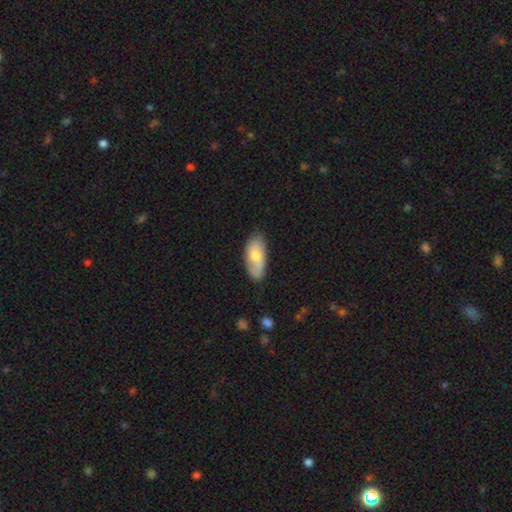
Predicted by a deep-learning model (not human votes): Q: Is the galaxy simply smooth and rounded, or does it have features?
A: smooth — 67%.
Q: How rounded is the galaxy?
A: in between — 89%.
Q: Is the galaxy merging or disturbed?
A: none — 68%.